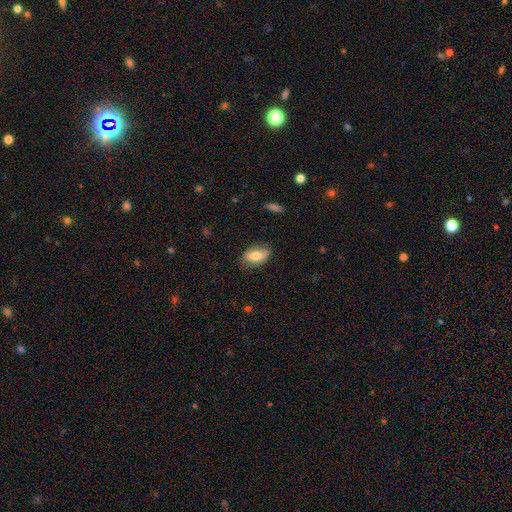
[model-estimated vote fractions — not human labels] This is likely a smooth galaxy (74%). How rounded: clearly in between (89%). Merging: likely none (73%).